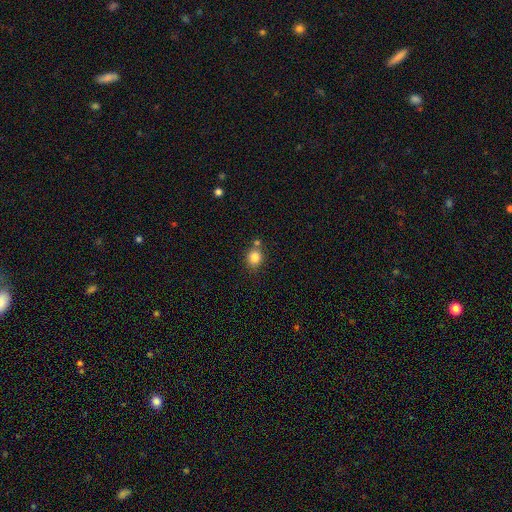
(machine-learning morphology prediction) smooth_or_featured: smooth (p=0.84) [alt: star or artifact p=0.11]
how_rounded: round (p=0.71) [alt: in between p=0.28]
merging: none (p=0.69) [alt: merger p=0.15]